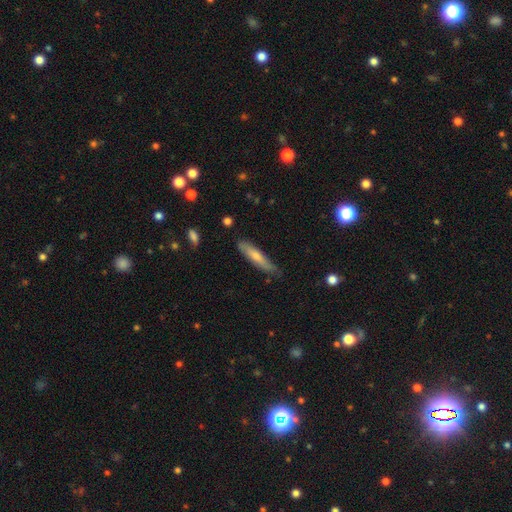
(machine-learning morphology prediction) smooth 59%, featured or disk 35%, star or artifact 6%. Down the decision tree: how rounded — cigar-shaped (86%); merging — none (74%).